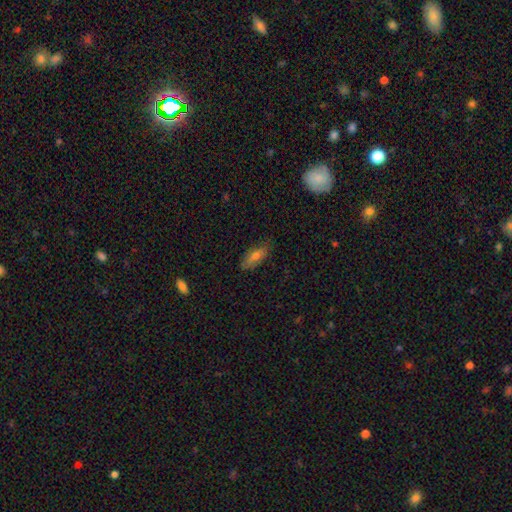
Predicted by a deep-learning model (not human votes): Morphology: type=smooth (66%); roundness=in between (68%); merging=none (77%).